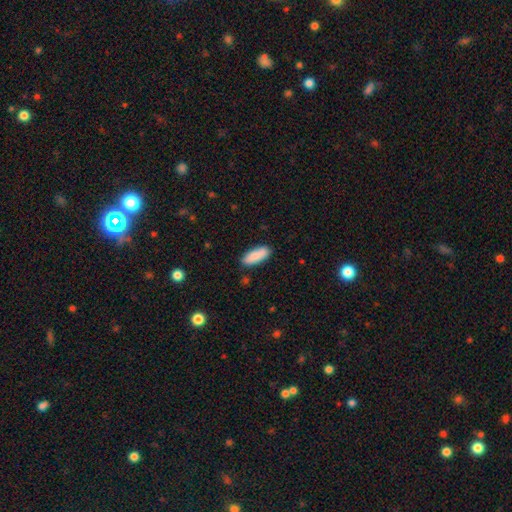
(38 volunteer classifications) Smooth or featured?
  - smooth: 87% *
  - featured or disk: 8%
  - star or artifact: 5%
How rounded?
  - in between: 64% *
  - cigar-shaped: 36%
  - round: 0%
Merging?
  - none: 75% *
  - minor disturbance: 11%
  - merger: 11%
  - major disturbance: 3%